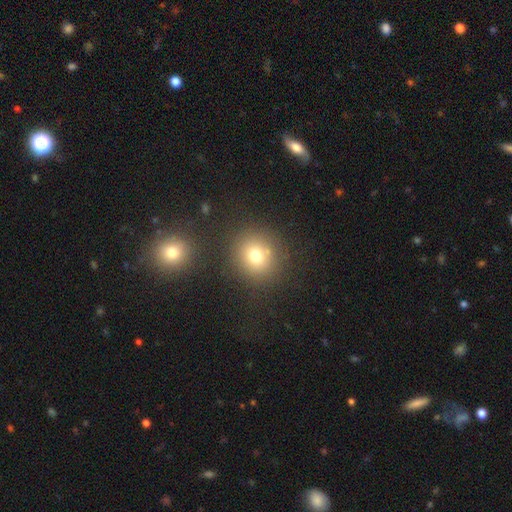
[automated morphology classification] smooth 73%, star or artifact 17%, featured or disk 11%. Down the decision tree: how rounded — round (86%); merging — none (80%).